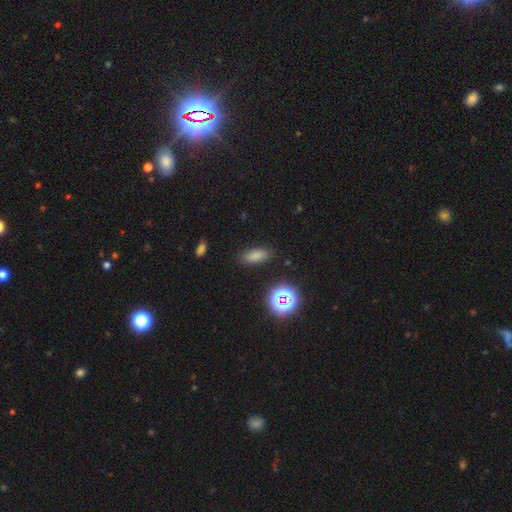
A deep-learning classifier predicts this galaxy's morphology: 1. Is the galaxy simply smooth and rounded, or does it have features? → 76% smooth, 17% star or artifact, 7% featured or disk.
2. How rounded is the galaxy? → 76% in between, 20% cigar-shaped, 5% round.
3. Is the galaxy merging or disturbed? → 86% none, 9% minor disturbance, 3% major disturbance, 2% merger.